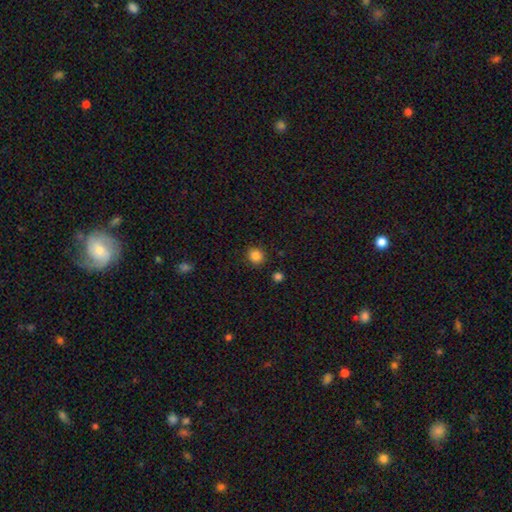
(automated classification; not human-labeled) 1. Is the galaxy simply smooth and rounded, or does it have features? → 86% smooth, 11% star or artifact, 3% featured or disk.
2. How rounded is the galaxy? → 89% round, 11% in between, 1% cigar-shaped.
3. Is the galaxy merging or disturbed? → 89% none, 6% minor disturbance, 2% merger, 2% major disturbance.